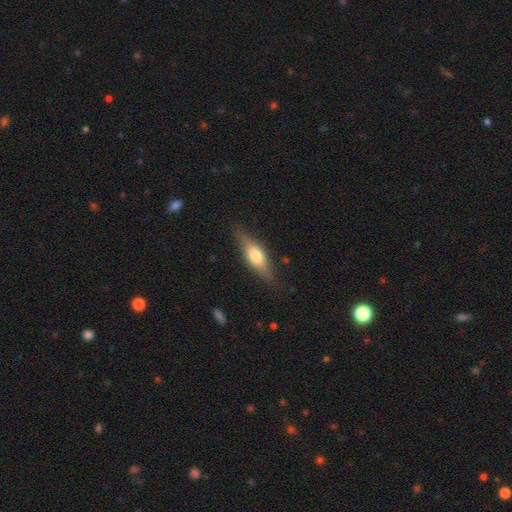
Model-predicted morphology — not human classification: Overall: smooth (54%; featured or disk 40%). How rounded: in between (51%; cigar-shaped 45%). Merging: none (79%).